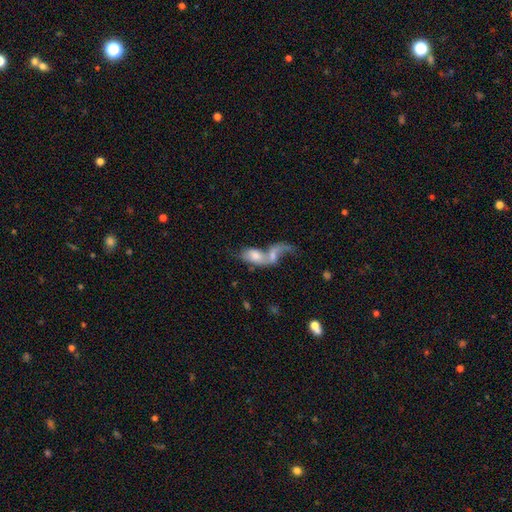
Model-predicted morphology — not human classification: smooth-or-featured: smooth: 48% | featured or disk: 41% | star or artifact: 10%
  merging: merger: 74% | major disturbance: 12% | none: 9% | minor disturbance: 5%